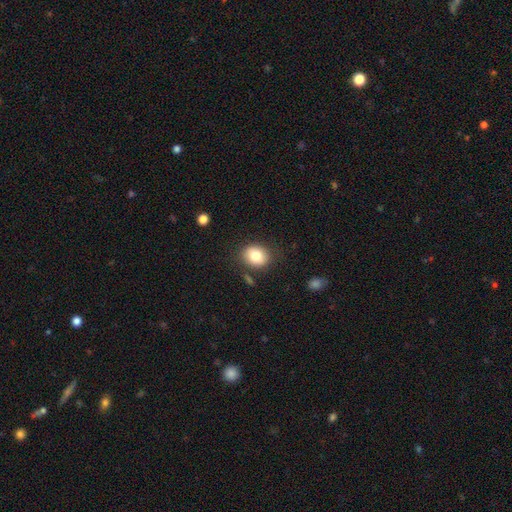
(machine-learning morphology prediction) Smooth or featured?
  - smooth: 81% *
  - featured or disk: 10%
  - star or artifact: 9%
How rounded?
  - round: 58% *
  - in between: 41%
  - cigar-shaped: 1%
Merging?
  - none: 81% *
  - minor disturbance: 12%
  - major disturbance: 4%
  - merger: 3%